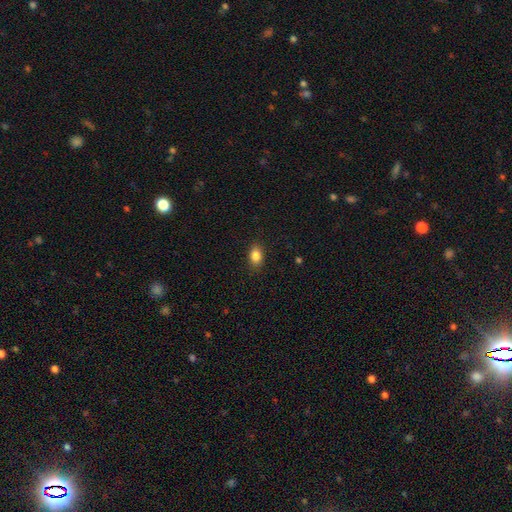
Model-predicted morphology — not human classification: smooth-or-featured: smooth: 85% | star or artifact: 9% | featured or disk: 6%
  how-rounded: in between: 80% | round: 18% | cigar-shaped: 2%
  merging: none: 87% | minor disturbance: 9% | major disturbance: 2% | merger: 1%